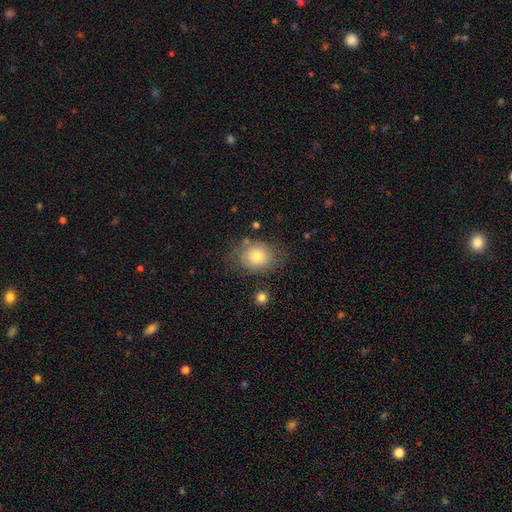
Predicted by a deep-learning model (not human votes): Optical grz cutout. It shows a smooth galaxy with no disk features (70%) that is round (50%). Merging: none (73%).